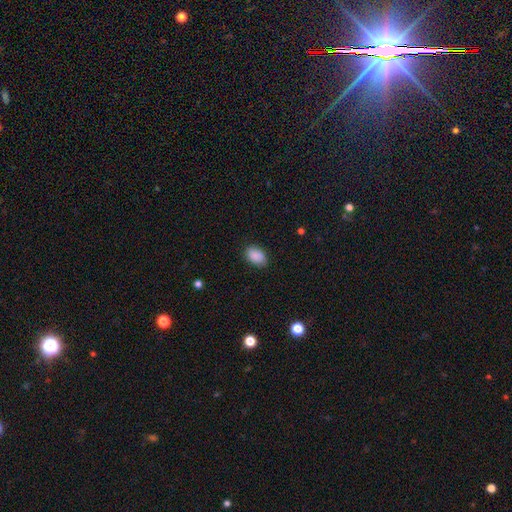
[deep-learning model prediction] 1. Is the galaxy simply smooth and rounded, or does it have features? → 89% smooth, 8% star or artifact, 3% featured or disk.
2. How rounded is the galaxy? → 89% in between, 10% round, 1% cigar-shaped.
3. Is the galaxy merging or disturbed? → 85% none, 11% minor disturbance, 3% major disturbance, 1% merger.